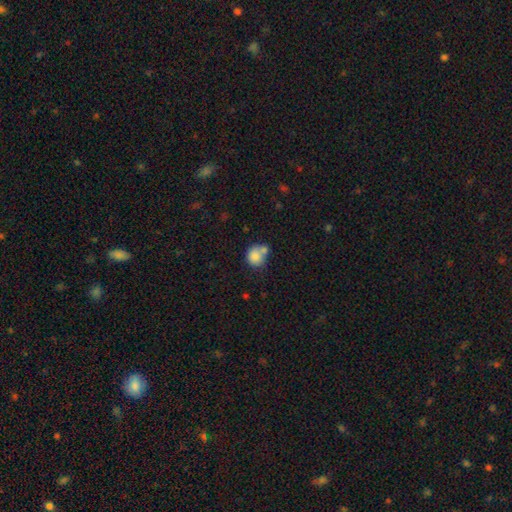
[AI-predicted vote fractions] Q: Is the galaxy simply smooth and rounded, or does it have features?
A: smooth — 80%.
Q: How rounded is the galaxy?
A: round — 73%.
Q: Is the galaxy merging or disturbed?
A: merger — 45%.